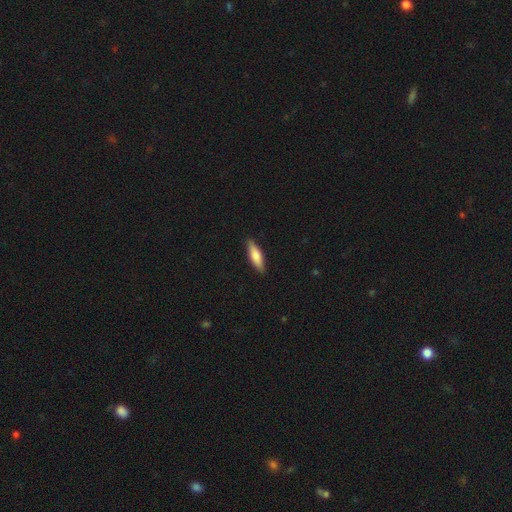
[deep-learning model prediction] smooth 70%, featured or disk 25%, star or artifact 5%. Down the decision tree: how rounded — cigar-shaped (60%); merging — none (89%).